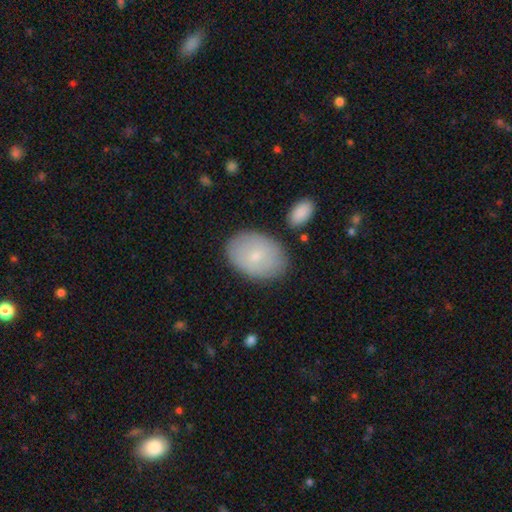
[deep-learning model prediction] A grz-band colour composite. It shows a smooth galaxy with no disk features (74%) that is in between round and cigar-shaped (86%). Merging: none (80%).